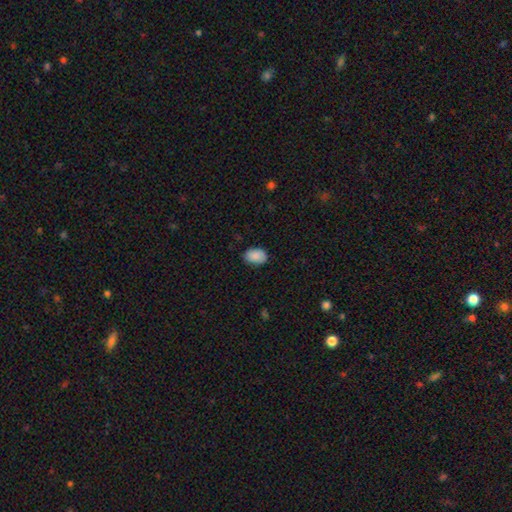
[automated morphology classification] smooth_or_featured: smooth (p=0.88) [alt: star or artifact p=0.07]
how_rounded: in between (p=0.84) [alt: round p=0.15]
merging: none (p=0.81) [alt: minor disturbance p=0.16]